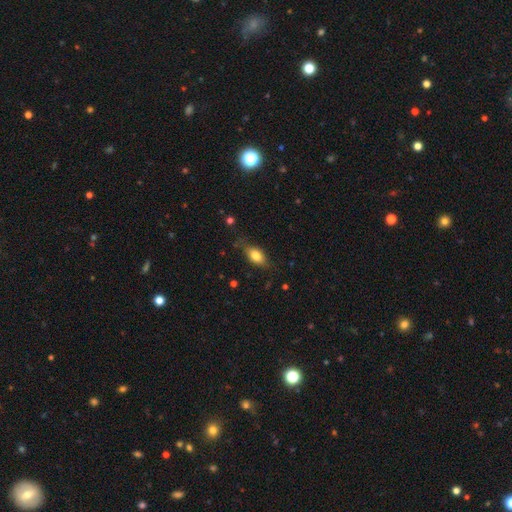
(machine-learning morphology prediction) Smooth or featured? smooth (77%)
How rounded? in between (84%)
Merging? none (71%)